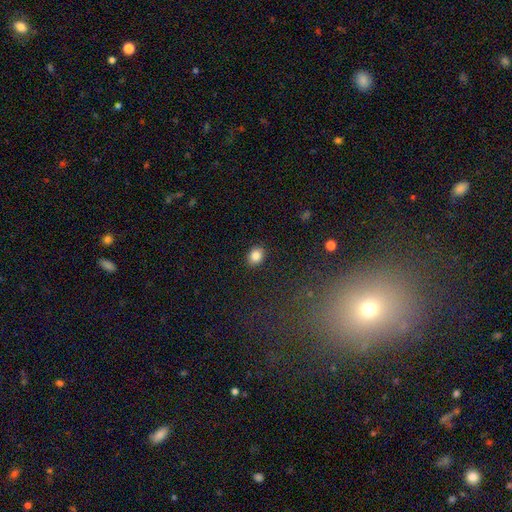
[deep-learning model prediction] Smooth or featured? Predicted: smooth (p=0.85). How rounded? Predicted: in between (p=0.60). Merging? Predicted: none (p=0.89).